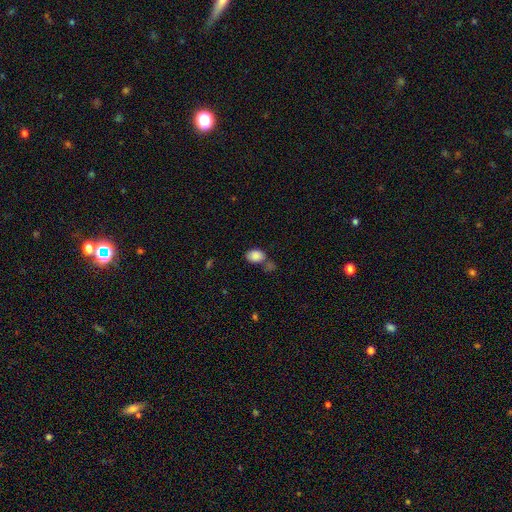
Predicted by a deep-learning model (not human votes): The model was most divided on "merging": none: 54%, merger: 23%, minor disturbance: 17%, major disturbance: 6%. More confident: smooth or featured — smooth (85%); how rounded — in between (80%).